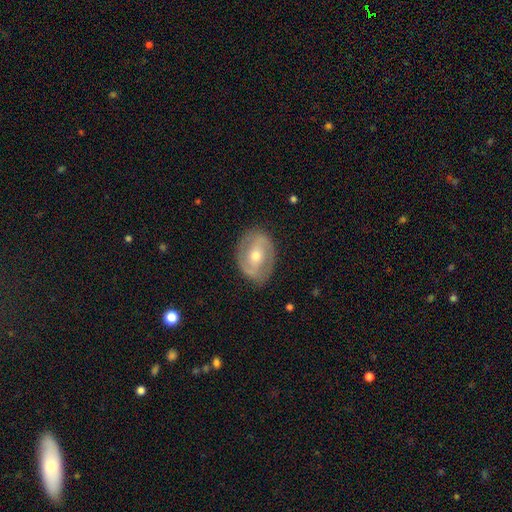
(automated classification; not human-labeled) Morphology: type=featured or disk (74%); edge-on=no (95%); bar=weak (39%); spiral arms=yes (76%); winding=medium (45%); arm count=2 (84%); bulge=moderate (63%); merging=none (82%).